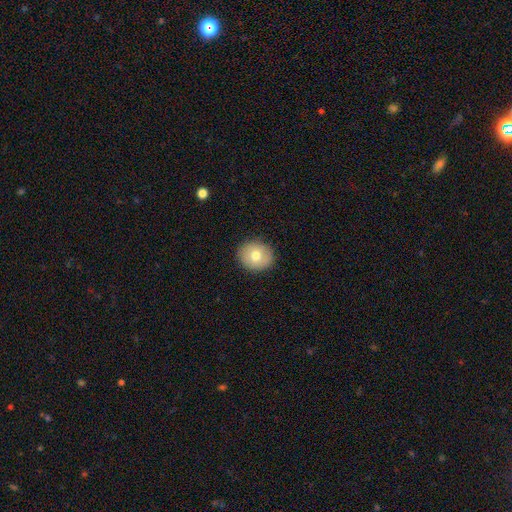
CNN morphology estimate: Overall: smooth (73%). How rounded: round (73%). Merging: none (89%).